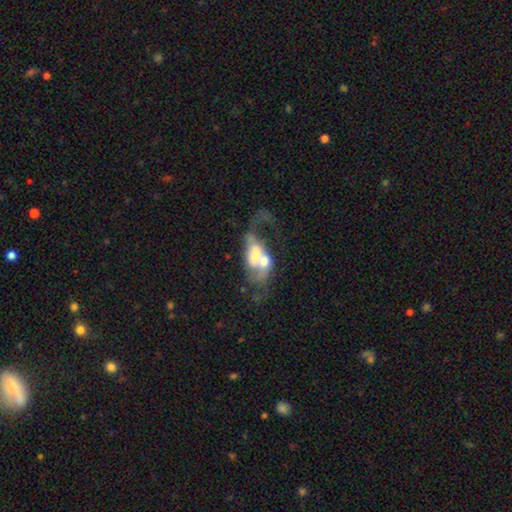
smooth_or_featured: featured or disk (p=0.77) [alt: smooth p=0.21]
disk_edge_on: no (p=0.93) [alt: yes p=0.07]
bar: no (p=0.64) [alt: weak p=0.29]
has_spiral_arms: yes (p=0.75) [alt: no p=0.25]
spiral_winding: loose (p=0.62) [alt: medium p=0.29]
spiral_arm_count: 1 (p=0.76) [alt: 2 p=0.24]
bulge_size: moderate (p=0.39) [alt: large p=0.29]
merging: merger (p=0.55) [alt: major disturbance p=0.18]